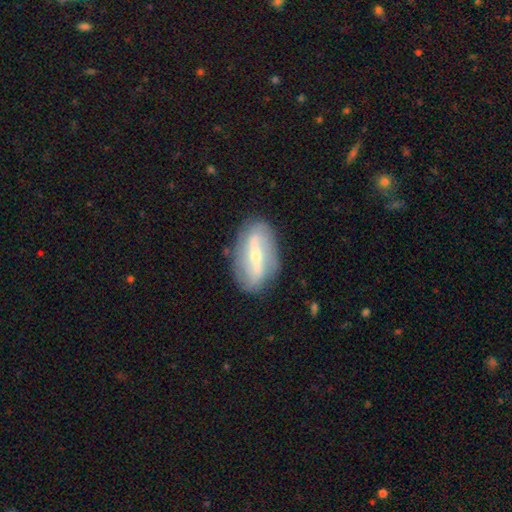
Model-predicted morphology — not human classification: Q: Smooth or featured?
A: featured or disk (73%); runner-up: smooth (20%)
Q: Edge-on disk?
A: no (85%); runner-up: yes (15%)
Q: Bar?
A: strong (64%); runner-up: weak (26%)
Q: Spiral arms?
A: yes (66%); runner-up: no (34%)
Q: Bulge size?
A: small (52%); runner-up: moderate (42%)
Q: Merging?
A: none (80%); runner-up: minor disturbance (14%)